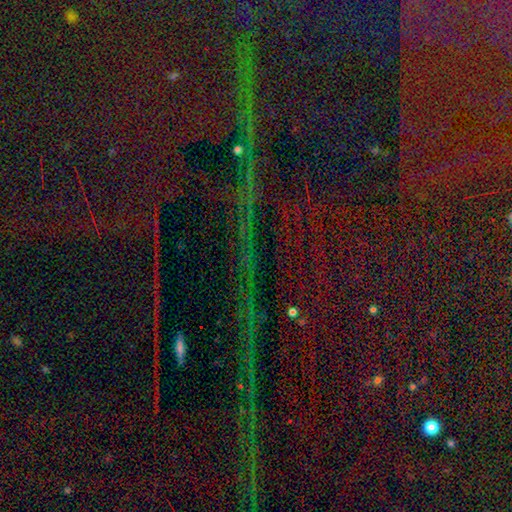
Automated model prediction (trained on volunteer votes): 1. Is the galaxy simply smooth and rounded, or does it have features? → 82% star or artifact, 10% smooth, 8% featured or disk.